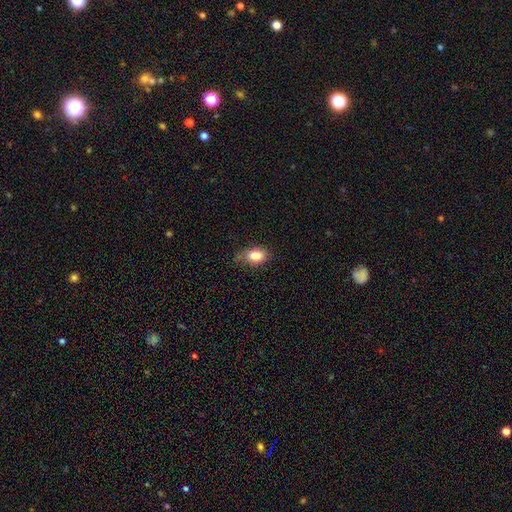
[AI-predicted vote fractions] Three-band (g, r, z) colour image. It shows a smooth galaxy with no disk features (83%) that is in between round and cigar-shaped (81%). Merging: none (74%).